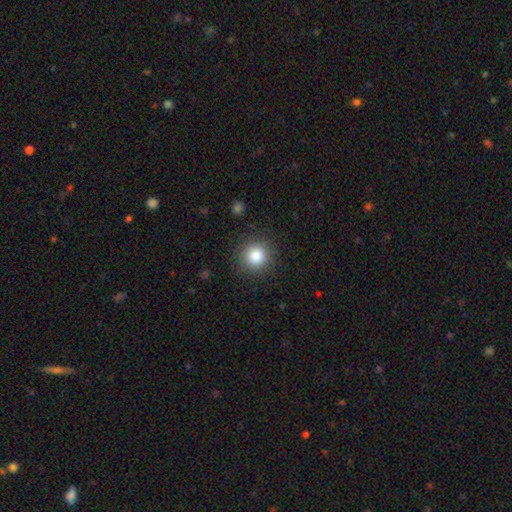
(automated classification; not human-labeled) Smooth or featured? Predicted: smooth (p=0.84). How rounded? Predicted: round (p=0.94). Merging? Predicted: none (p=0.89).